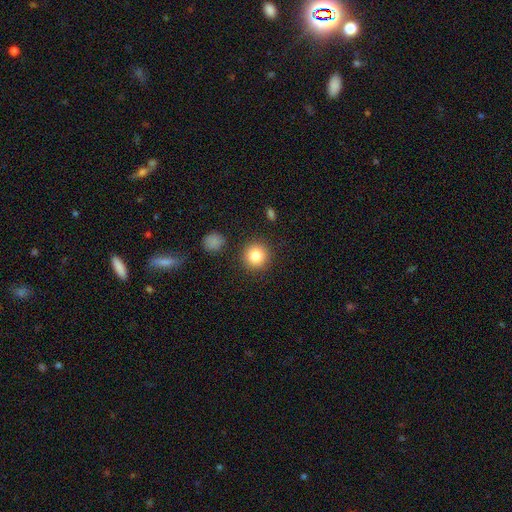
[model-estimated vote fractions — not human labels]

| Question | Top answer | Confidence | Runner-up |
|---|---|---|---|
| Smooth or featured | smooth | 84% | star or artifact (10%) |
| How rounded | round | 94% | in between (5%) |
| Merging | none | 87% | minor disturbance (7%) |